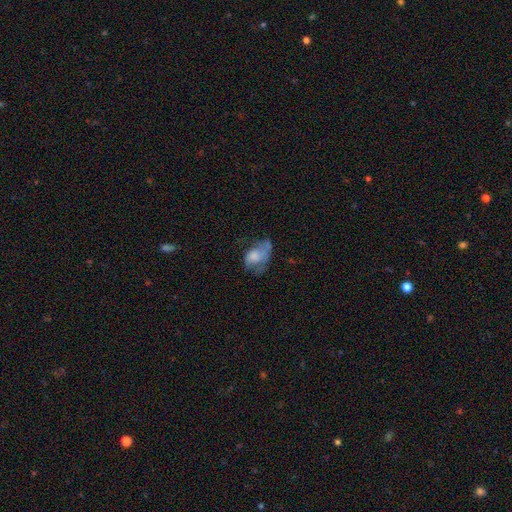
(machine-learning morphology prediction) This is possibly a smooth galaxy (51%). How rounded: clearly in between (84%). Merging: marginally major disturbance (38%).